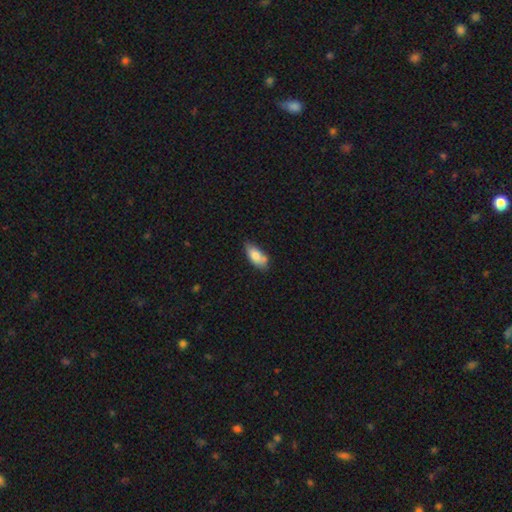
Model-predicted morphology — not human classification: Smooth or featured? smooth (80%)
How rounded? in between (86%)
Merging? none (56%)